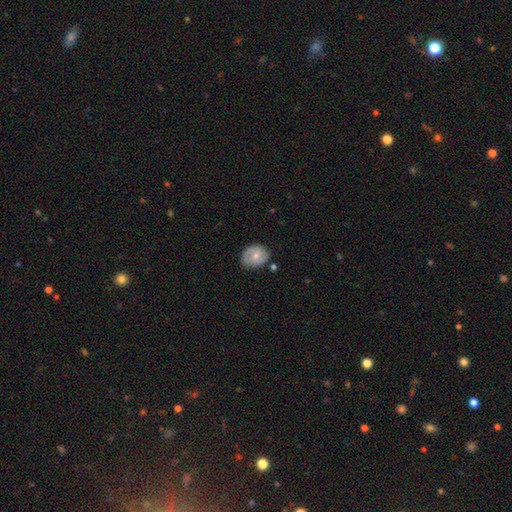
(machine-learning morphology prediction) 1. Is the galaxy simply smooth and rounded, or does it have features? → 60% smooth, 33% featured or disk, 7% star or artifact.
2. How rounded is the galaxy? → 50% round, 49% in between, 1% cigar-shaped.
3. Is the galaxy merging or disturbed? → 66% none, 24% minor disturbance, 5% major disturbance, 4% merger.